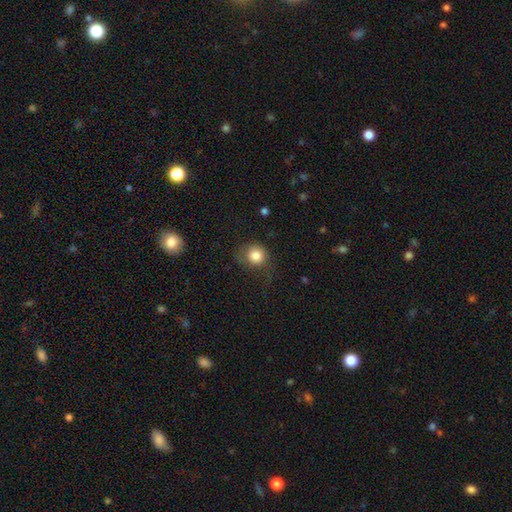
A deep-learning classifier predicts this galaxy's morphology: A smooth galaxy with no disk features (83%) that is round (84%). Merging: none (58%).